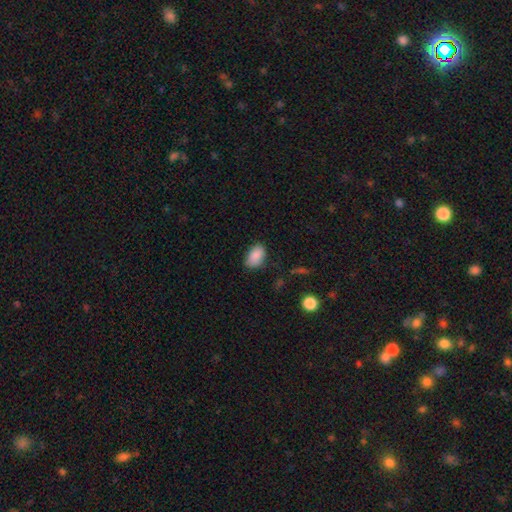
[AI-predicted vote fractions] smooth-or-featured: smooth: 88% | star or artifact: 8% | featured or disk: 4%
  how-rounded: in between: 91% | round: 7% | cigar-shaped: 1%
  merging: none: 76% | minor disturbance: 19% | major disturbance: 4% | merger: 1%